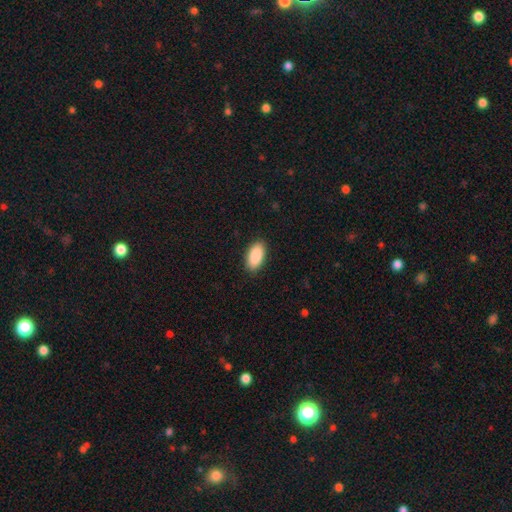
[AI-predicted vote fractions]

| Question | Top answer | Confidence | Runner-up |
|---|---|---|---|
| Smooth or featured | smooth | 91% | star or artifact (6%) |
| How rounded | in between | 94% | cigar-shaped (3%) |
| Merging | none | 89% | minor disturbance (8%) |